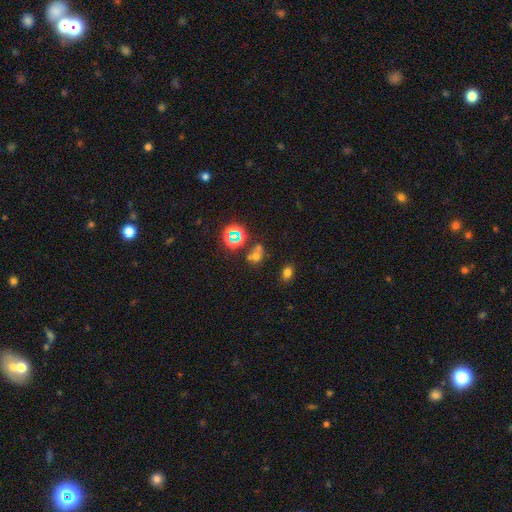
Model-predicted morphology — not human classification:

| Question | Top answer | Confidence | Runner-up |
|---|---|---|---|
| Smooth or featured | smooth | 48% | star or artifact (39%) |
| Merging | none | 49% | merger (27%) |